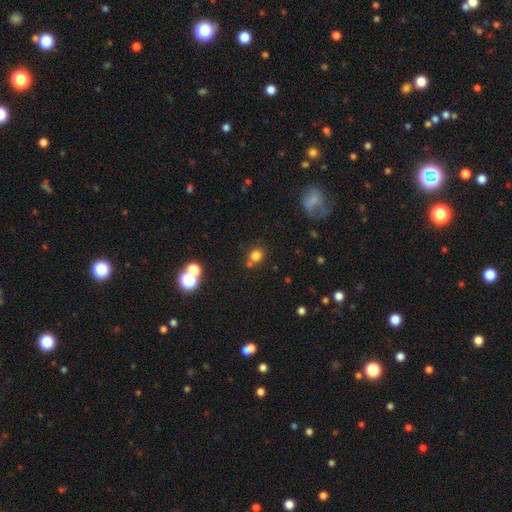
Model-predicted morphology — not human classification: A smooth galaxy with no disk features (77%) that is round (82%). Merging: none (66%).